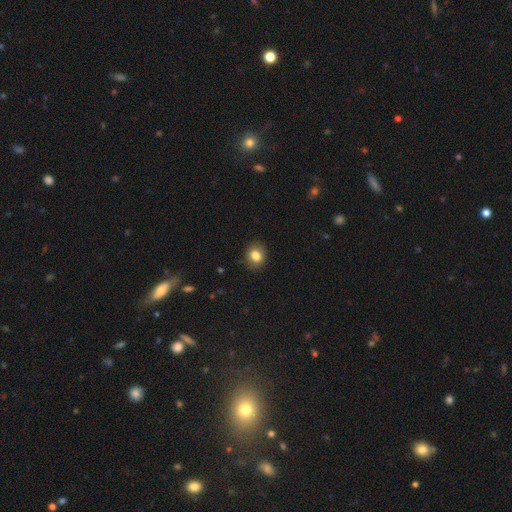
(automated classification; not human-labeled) smooth 82%, star or artifact 10%, featured or disk 8%. Down the decision tree: how rounded — round (65%); merging — none (86%).